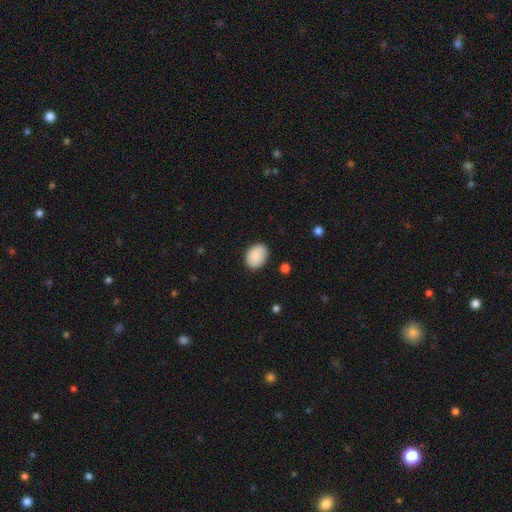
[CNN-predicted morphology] Smooth or featured? Predicted: smooth (p=0.85). How rounded? Predicted: in between (p=0.72). Merging? Predicted: none (p=0.84).